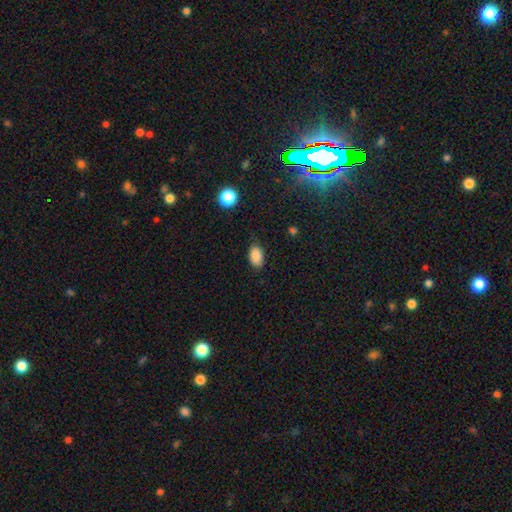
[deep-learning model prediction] This appears to be a smooth galaxy with no disk features (87%) that is in between round and cigar-shaped (91%). Merging: none (77%).